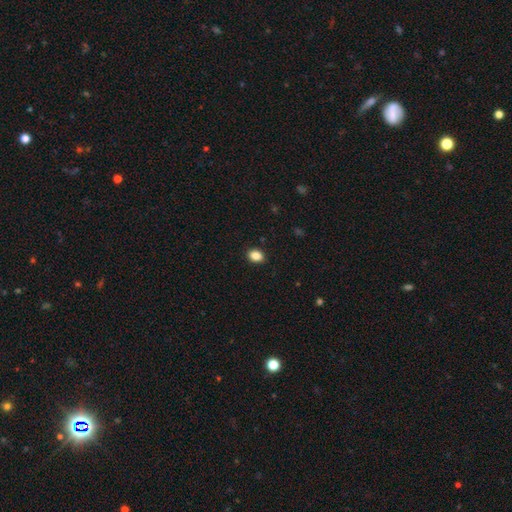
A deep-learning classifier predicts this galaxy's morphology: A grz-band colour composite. It shows a smooth galaxy with no disk features (87%) that is in between round and cigar-shaped (68%). Merging: none (90%).